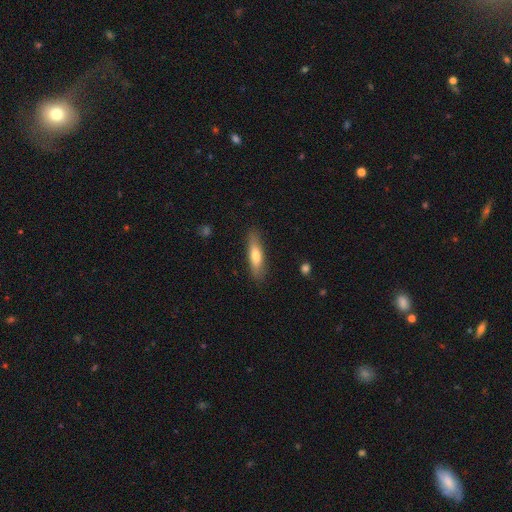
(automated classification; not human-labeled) Overall: smooth (69%). How rounded: cigar-shaped (67%; in between 31%). Merging: none (84%).